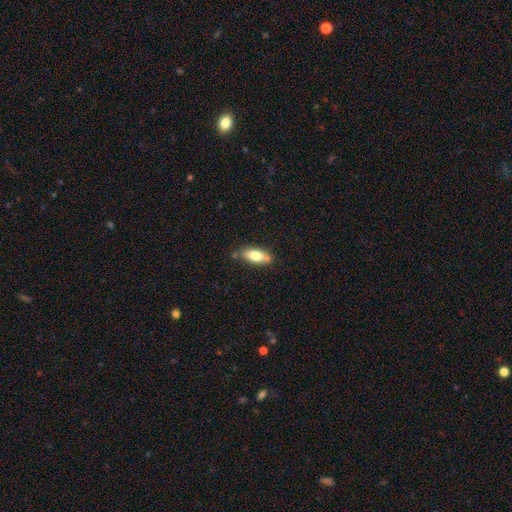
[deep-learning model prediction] Smooth or featured?
  - smooth: 74% *
  - featured or disk: 19%
  - star or artifact: 6%
How rounded?
  - in between: 73% *
  - cigar-shaped: 24%
  - round: 2%
Merging?
  - none: 71% *
  - minor disturbance: 19%
  - merger: 6%
  - major disturbance: 3%